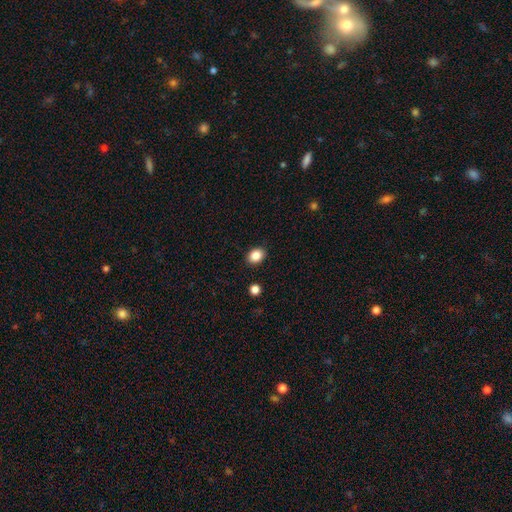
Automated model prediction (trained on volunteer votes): Q: Smooth or featured?
A: smooth (86%); runner-up: star or artifact (9%)
Q: How rounded?
A: in between (54%); runner-up: round (45%)
Q: Merging?
A: none (89%); runner-up: minor disturbance (8%)